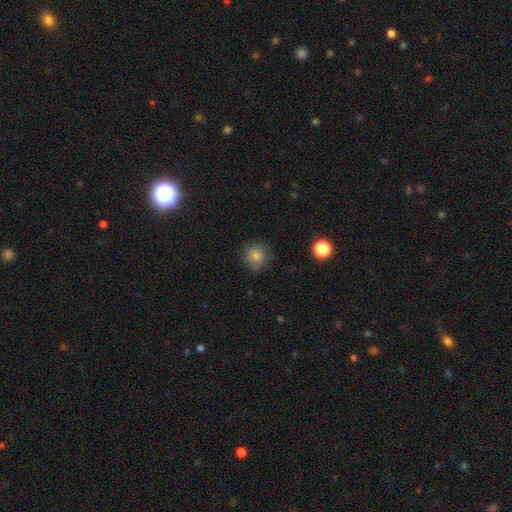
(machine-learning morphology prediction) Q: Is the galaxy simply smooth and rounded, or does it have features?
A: smooth — 82%.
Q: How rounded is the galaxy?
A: round — 91%.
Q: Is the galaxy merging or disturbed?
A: none — 79%.